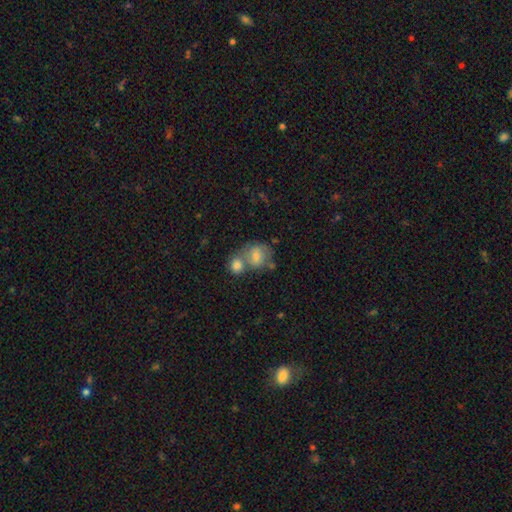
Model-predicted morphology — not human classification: Smooth or featured?
  - smooth: 69% *
  - featured or disk: 23%
  - star or artifact: 8%
How rounded?
  - round: 62% *
  - in between: 37%
  - cigar-shaped: 1%
Merging?
  - merger: 53% *
  - none: 29%
  - minor disturbance: 12%
  - major disturbance: 6%